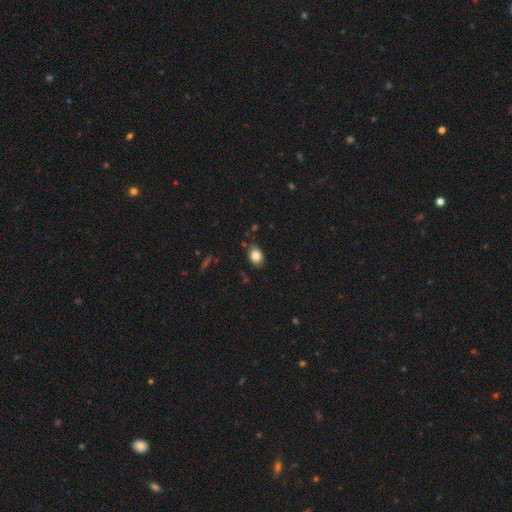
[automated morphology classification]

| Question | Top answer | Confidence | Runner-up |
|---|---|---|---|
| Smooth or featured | smooth | 83% | star or artifact (9%) |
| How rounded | in between | 75% | round (24%) |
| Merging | none | 80% | minor disturbance (15%) |